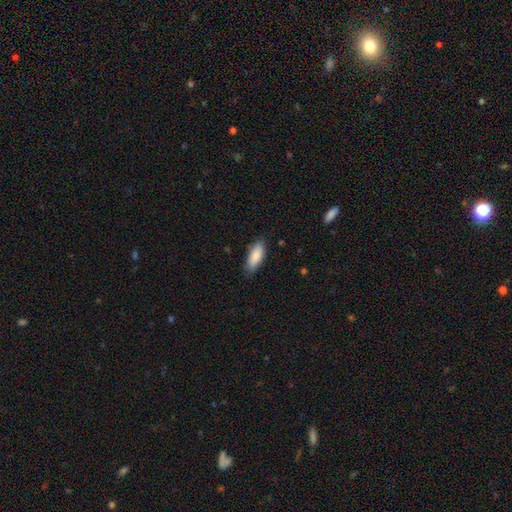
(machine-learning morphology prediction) A smooth galaxy with no disk features (85%) that is in between round and cigar-shaped (74%).

Vote fractions:
- Smooth or featured? smooth: 85% / featured or disk: 9% / star or artifact: 6%
- How rounded? in between: 74% / cigar-shaped: 25% / round: 2%
- Merging? none: 80% / minor disturbance: 16% / major disturbance: 3% / merger: 1%